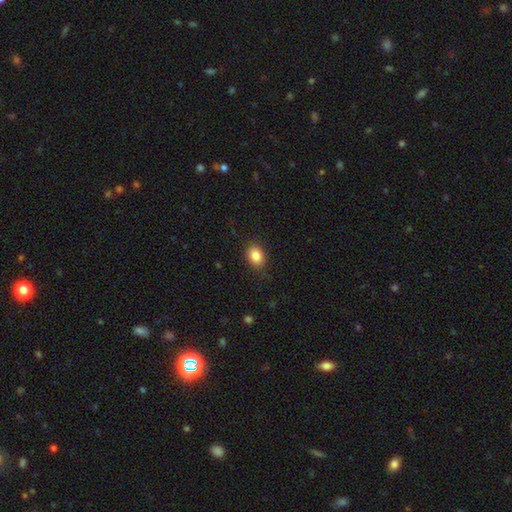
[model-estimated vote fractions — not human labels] Smooth or featured? Predicted: smooth (p=0.85). How rounded? Predicted: in between (p=0.65). Merging? Predicted: none (p=0.85).